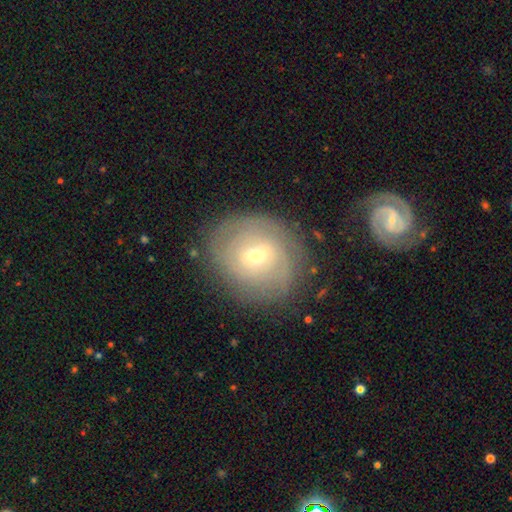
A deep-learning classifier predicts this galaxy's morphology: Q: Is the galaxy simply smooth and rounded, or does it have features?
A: featured or disk — 65%.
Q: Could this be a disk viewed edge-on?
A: no — 96%.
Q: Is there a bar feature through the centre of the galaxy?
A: weak — 48%.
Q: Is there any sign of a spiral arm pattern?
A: yes — 81%.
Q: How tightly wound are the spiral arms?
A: tight — 68%.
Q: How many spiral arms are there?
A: can't tell — 46%.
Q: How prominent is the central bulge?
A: small — 60%.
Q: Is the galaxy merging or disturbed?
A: none — 78%.